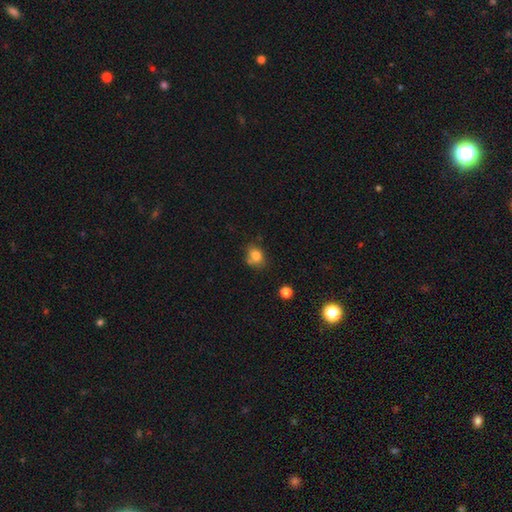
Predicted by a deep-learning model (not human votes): smooth_or_featured: smooth (p=0.80) [alt: star or artifact p=0.11]
how_rounded: round (p=0.50) [alt: in between p=0.49]
merging: none (p=0.59) [alt: minor disturbance p=0.20]